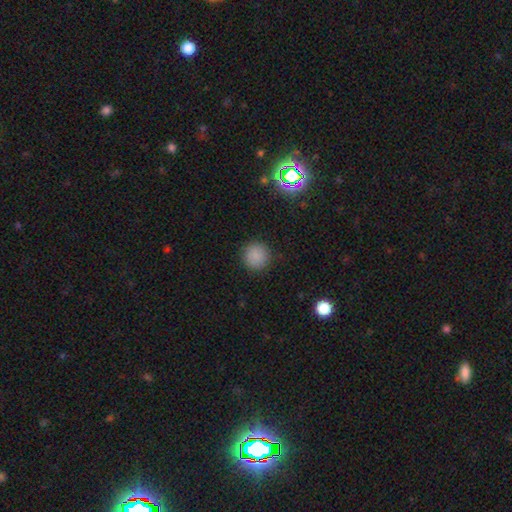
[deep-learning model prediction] Overall: smooth (86%). How rounded: round (94%). Merging: none (91%).